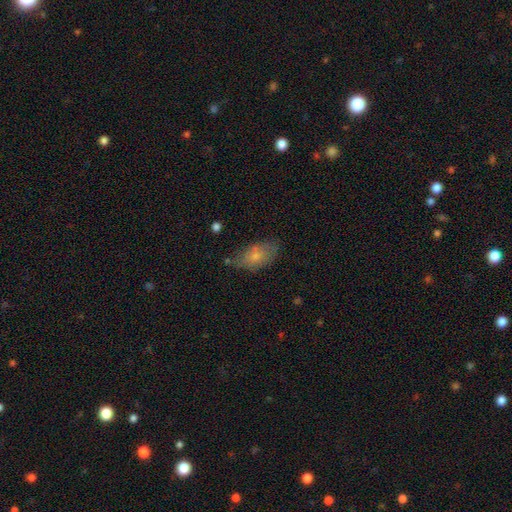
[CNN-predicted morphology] Overall: smooth (73%). How rounded: in between (92%). Merging: none (58%; minor disturbance 28%).